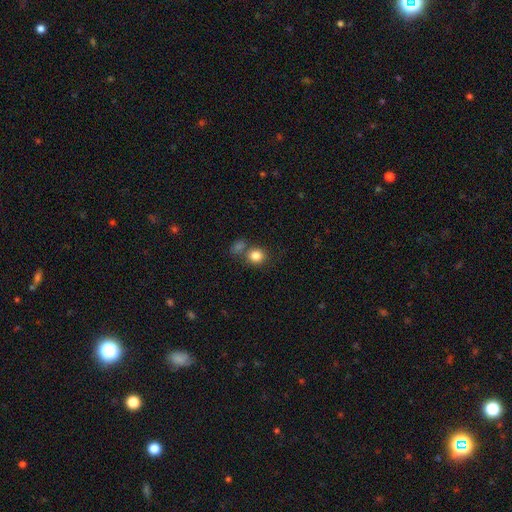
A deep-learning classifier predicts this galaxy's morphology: This appears to be a smooth galaxy with no disk features (83%) that is round (79%). Merging: none (61%).